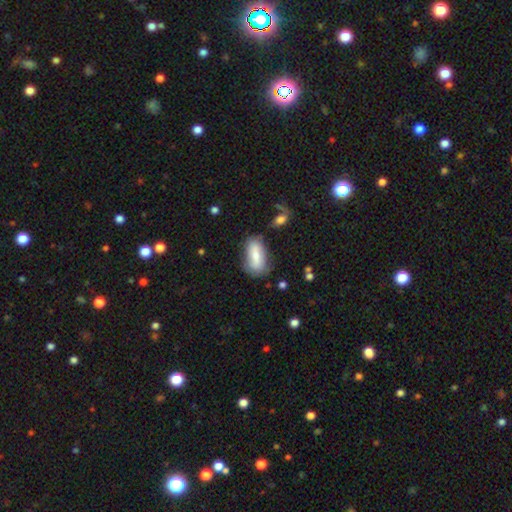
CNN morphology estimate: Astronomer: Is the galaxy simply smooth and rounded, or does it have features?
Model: smooth — 67%.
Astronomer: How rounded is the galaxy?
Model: in between — 86%.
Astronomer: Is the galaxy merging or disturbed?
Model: none — 64%.